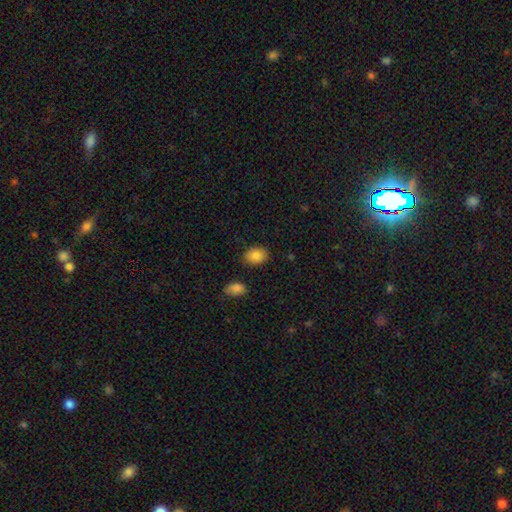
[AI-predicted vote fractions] smooth-or-featured: smooth: 86% | star or artifact: 8% | featured or disk: 6%
  how-rounded: in between: 71% | round: 28% | cigar-shaped: 1%
  merging: none: 85% | minor disturbance: 10% | merger: 3% | major disturbance: 2%